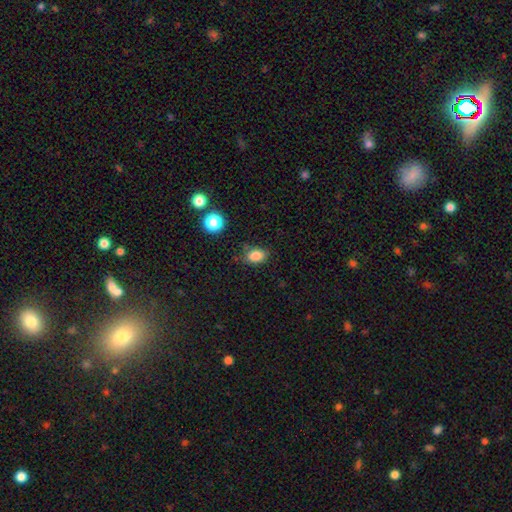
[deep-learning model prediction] This appears to be a smooth galaxy with no disk features (84%) that is in between round and cigar-shaped (75%). Merging: none (74%).